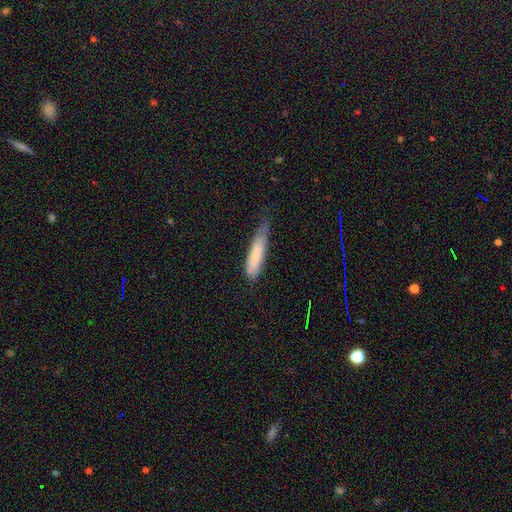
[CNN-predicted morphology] type=smooth (76%); roundness=cigar-shaped (72%); merging=minor disturbance (43%).